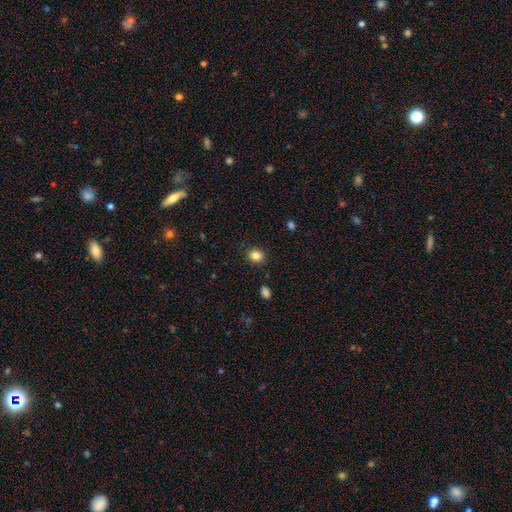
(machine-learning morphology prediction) type=smooth (85%); roundness=round (65%); merging=none (89%).